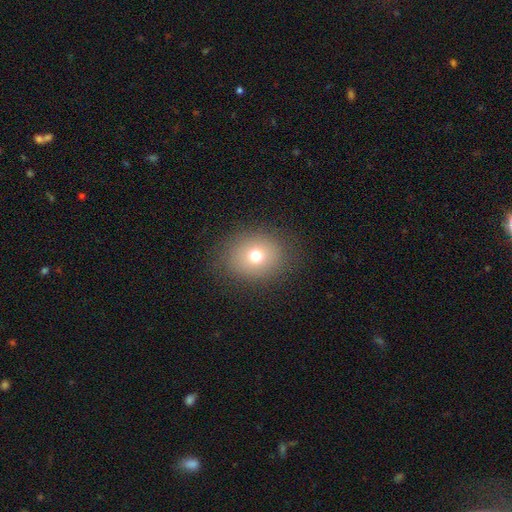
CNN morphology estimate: Smooth or featured? Predicted: smooth (p=0.70). How rounded? Predicted: round (p=0.68). Merging? Predicted: none (p=0.85).